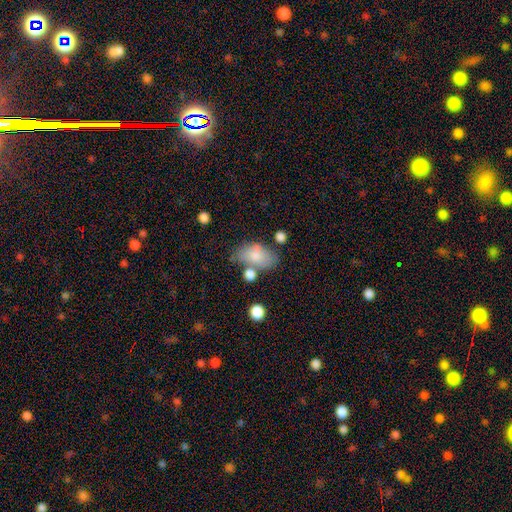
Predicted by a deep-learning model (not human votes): Smooth or featured: smooth — 76% (featured or disk — 16%)
How rounded: in between — 90% (round — 8%)
Merging: none — 49% (minor disturbance — 24%)